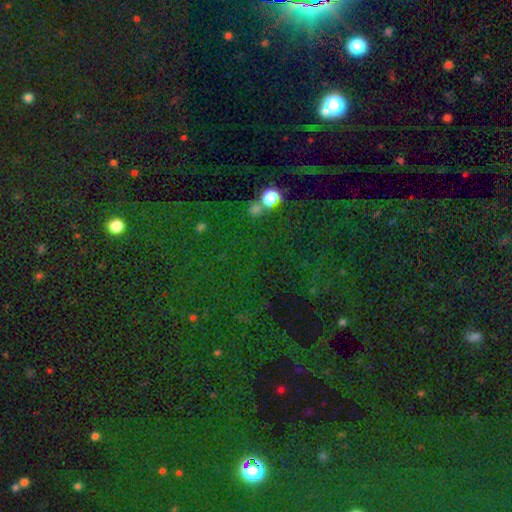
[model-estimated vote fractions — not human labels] A star or artifact, not a galaxy (76%).

Vote fractions:
- Smooth or featured? star or artifact: 76% / smooth: 16% / featured or disk: 8%